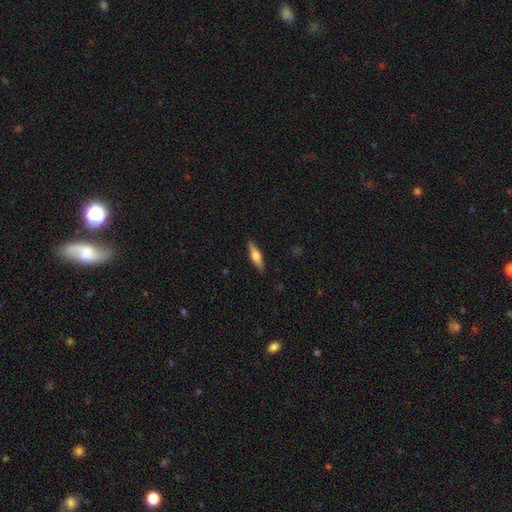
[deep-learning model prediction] Smooth or featured? Predicted: smooth (p=0.49). Merging? Predicted: none (p=0.89).